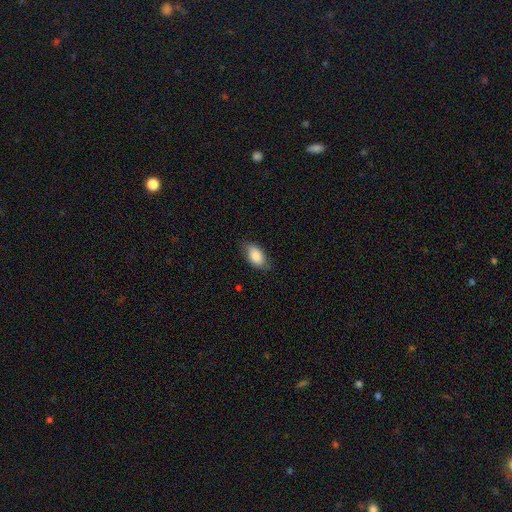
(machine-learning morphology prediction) Smooth or featured: smooth — 85% (featured or disk — 9%)
How rounded: in between — 92% (round — 5%)
Merging: none — 76% (minor disturbance — 19%)